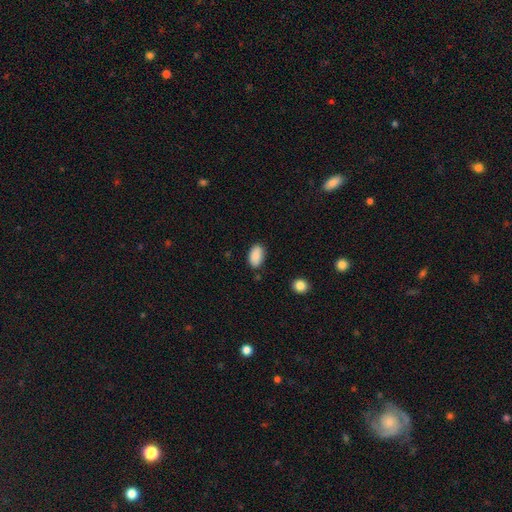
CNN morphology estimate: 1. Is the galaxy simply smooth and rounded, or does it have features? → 89% smooth, 7% star or artifact, 4% featured or disk.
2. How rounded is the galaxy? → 93% in between, 5% round, 2% cigar-shaped.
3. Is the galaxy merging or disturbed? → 83% none, 12% minor disturbance, 3% major disturbance, 2% merger.